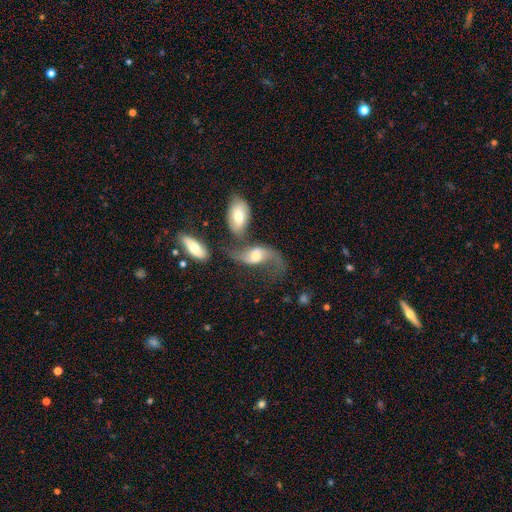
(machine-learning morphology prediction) This is likely a featured or disk galaxy (75%). It is clearly not viewed edge-on (95%). Bar: marginally no (43%). Spiral arm pattern: clearly yes (92%). Spiral arm count: clearly 2 (86%). Spiral winding: clearly loose (84%). Central bulge: likely moderate (60%). Merging: marginally merger (35%).